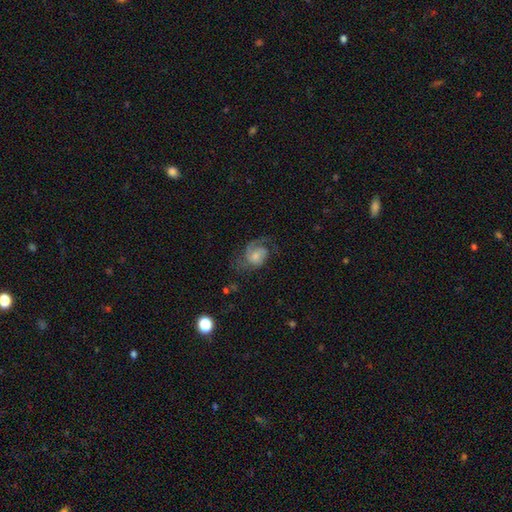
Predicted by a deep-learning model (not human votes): Smooth or featured? Predicted: featured or disk (p=0.68). Edge-on disk? Predicted: no (p=0.97). Bar? Predicted: no (p=0.60). Spiral arms? Predicted: yes (p=0.90). Spiral winding? Predicted: medium (p=0.46). Spiral arm count? Predicted: 2 (p=0.51). Bulge size? Predicted: small (p=0.39). Merging? Predicted: none (p=0.48).